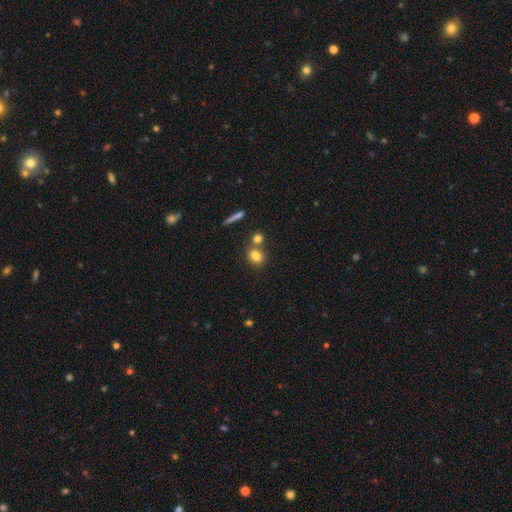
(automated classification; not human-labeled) This is likely a smooth galaxy (79%). How rounded: likely round (63%). Merging: likely none (60%).